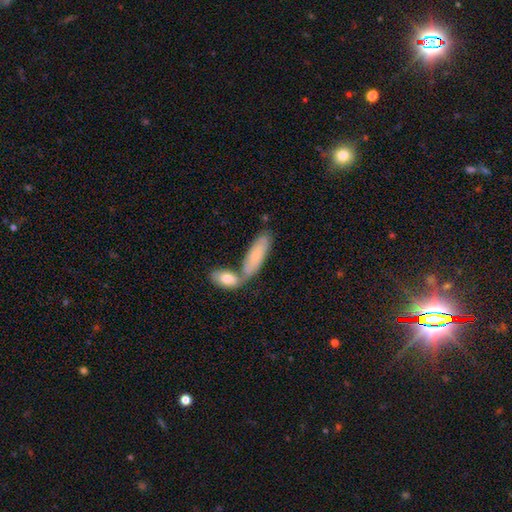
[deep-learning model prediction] A smooth galaxy with no disk features (74%) that is in between round and cigar-shaped (60%). Merging: merger (45%).